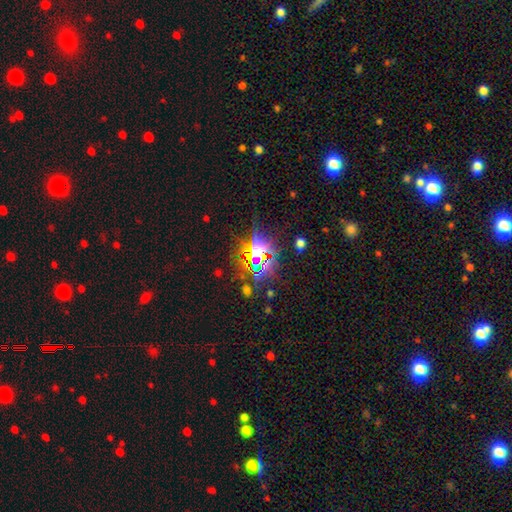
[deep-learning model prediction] A star or artifact, not a galaxy (77%).

Vote fractions:
- Smooth or featured? star or artifact: 77% / smooth: 12% / featured or disk: 11%